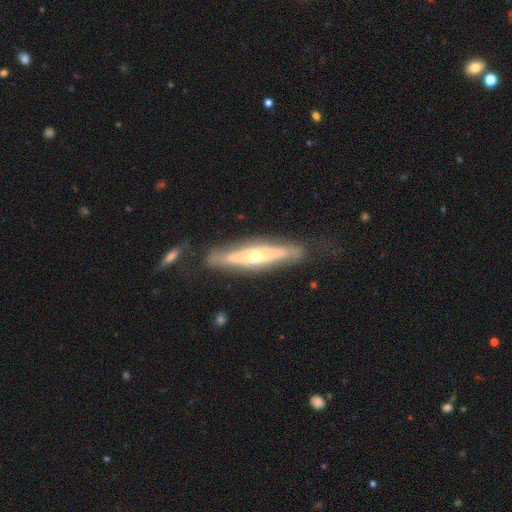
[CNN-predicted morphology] A featured or disk galaxy (72%) viewed edge-on (53%).

Vote fractions:
- Smooth or featured? featured or disk: 72% / smooth: 23% / star or artifact: 6%
- Edge-on disk? yes: 53% / no: 47%
- Merging? none: 71% / minor disturbance: 19% / major disturbance: 7% / merger: 3%